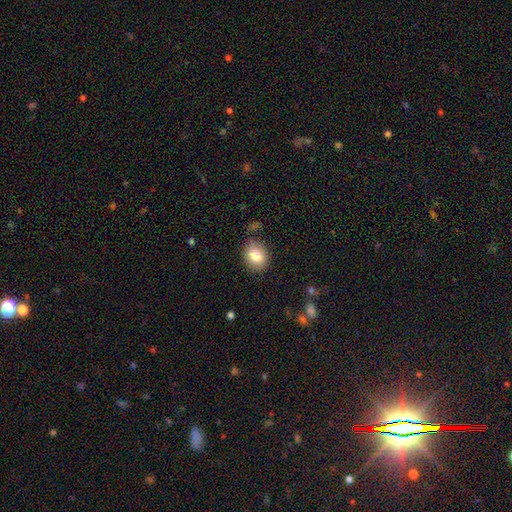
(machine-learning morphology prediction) The model was most divided on "how rounded": round: 52%, in between: 47%, cigar-shaped: 1%. More confident: merging — none (83%); smooth or featured — smooth (82%).